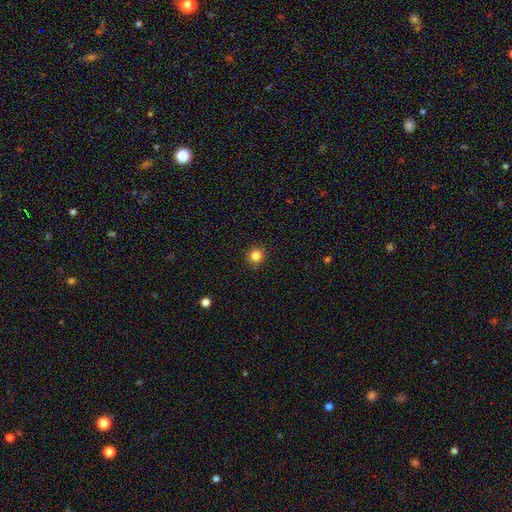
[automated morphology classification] smooth-or-featured: smooth: 83% | star or artifact: 12% | featured or disk: 4%
  how-rounded: round: 93% | in between: 6% | cigar-shaped: 1%
  merging: none: 90% | minor disturbance: 6% | major disturbance: 2% | merger: 1%